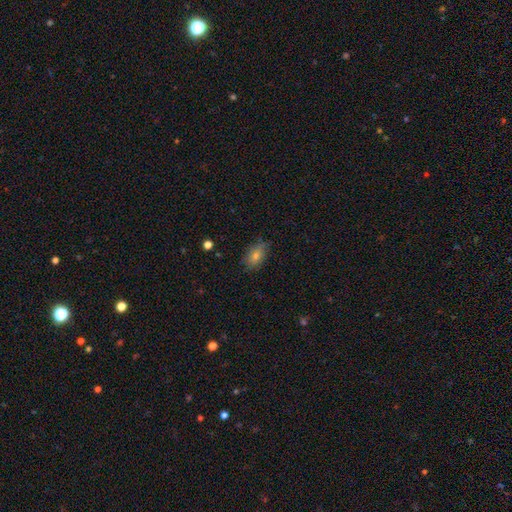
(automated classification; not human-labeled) Smooth or featured? Predicted: smooth (p=0.72). How rounded? Predicted: in between (p=0.83). Merging? Predicted: none (p=0.79).